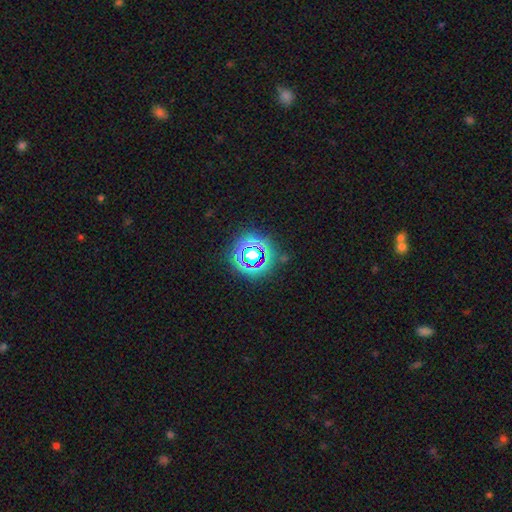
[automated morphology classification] Smooth or featured?
  - star or artifact: 75% *
  - smooth: 17%
  - featured or disk: 8%